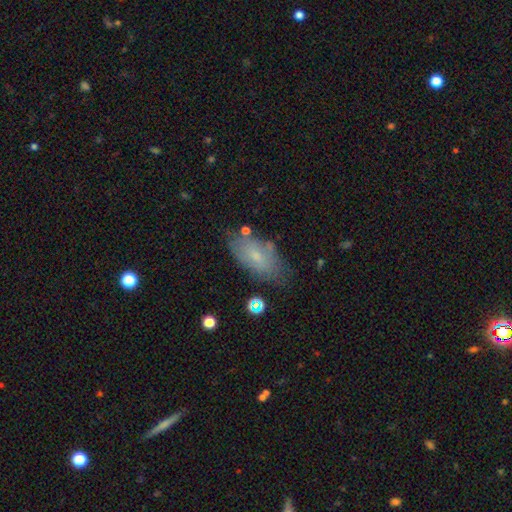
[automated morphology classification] type=smooth (59%); roundness=in between (87%); merging=none (72%).